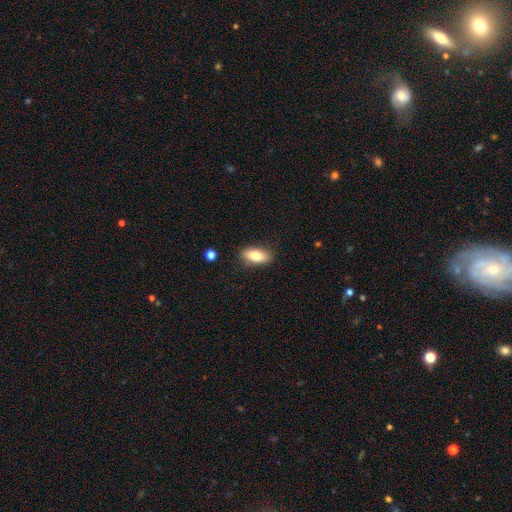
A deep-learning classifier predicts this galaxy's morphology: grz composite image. It shows a smooth galaxy with no disk features (79%) that is in between round and cigar-shaped (86%). Merging: none (85%).